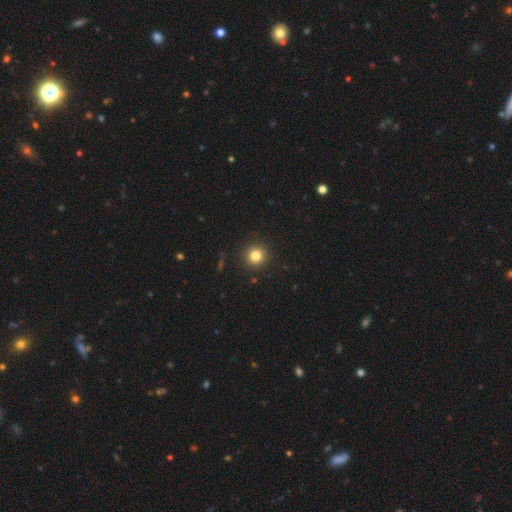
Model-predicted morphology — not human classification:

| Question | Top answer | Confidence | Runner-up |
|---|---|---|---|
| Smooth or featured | smooth | 82% | star or artifact (12%) |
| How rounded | round | 94% | in between (5%) |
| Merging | none | 91% | minor disturbance (6%) |